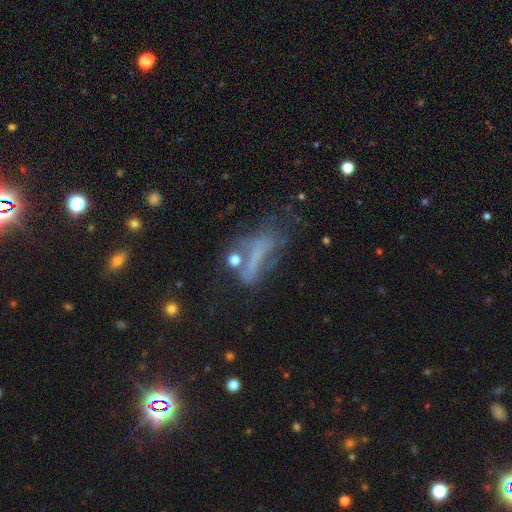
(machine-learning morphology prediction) smooth 38%, featured or disk 37%, star or artifact 25%. Down the decision tree: merging — major disturbance (35%).